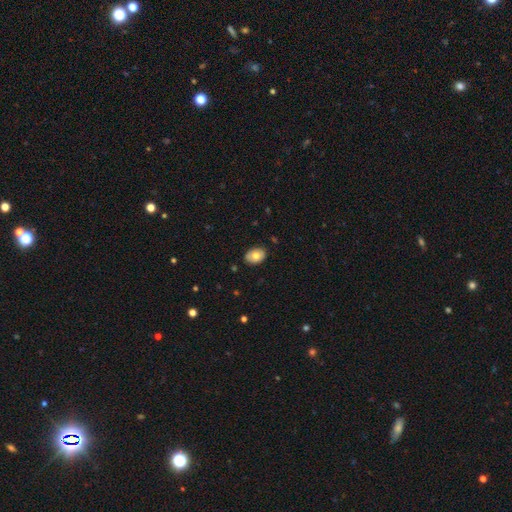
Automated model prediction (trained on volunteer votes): Smooth or featured: smooth — 70% (featured or disk — 22%)
How rounded: in between — 79% (round — 20%)
Merging: none — 85% (minor disturbance — 12%)